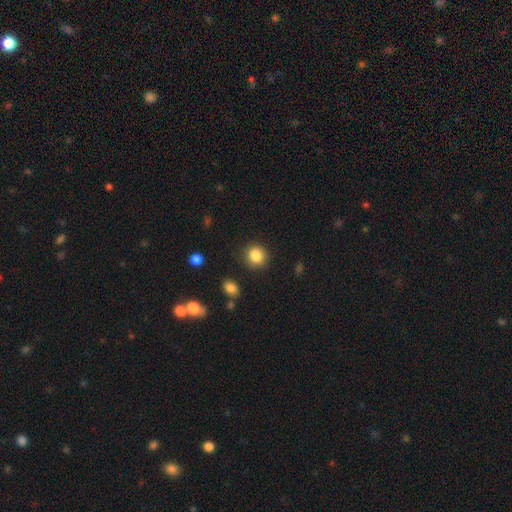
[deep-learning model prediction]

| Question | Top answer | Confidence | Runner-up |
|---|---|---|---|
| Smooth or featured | smooth | 85% | star or artifact (10%) |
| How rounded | round | 82% | in between (17%) |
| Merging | none | 87% | minor disturbance (8%) |